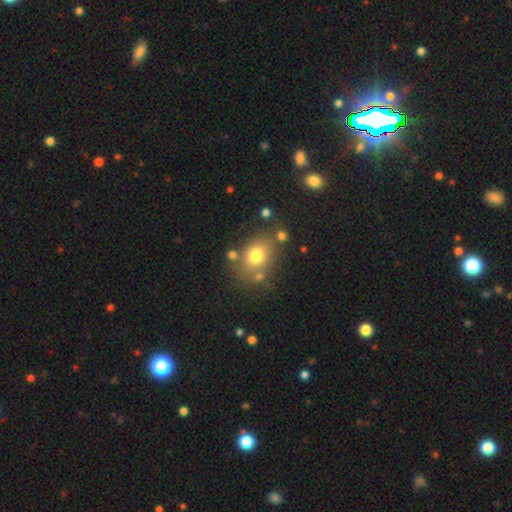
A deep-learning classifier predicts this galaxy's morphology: A smooth galaxy with no disk features (74%) that is in between round and cigar-shaped (51%). Merging: none (69%).